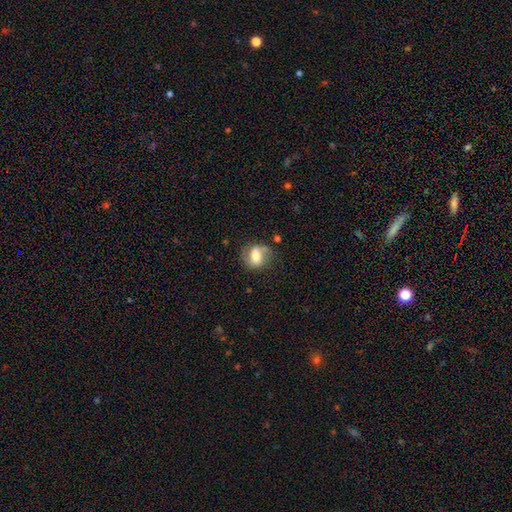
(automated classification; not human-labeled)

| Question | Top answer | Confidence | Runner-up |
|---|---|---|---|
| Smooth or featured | smooth | 47% | featured or disk (44%) |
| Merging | none | 61% | minor disturbance (23%) |